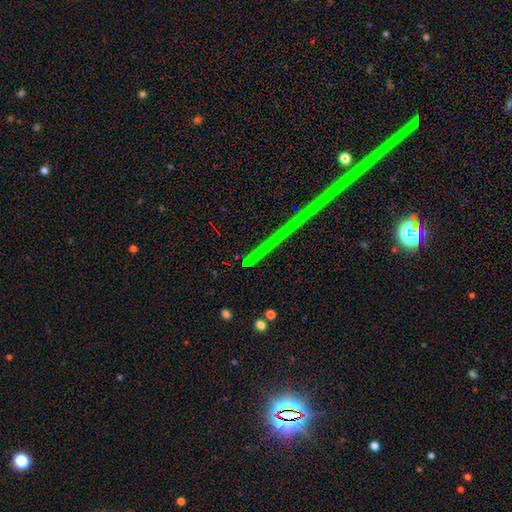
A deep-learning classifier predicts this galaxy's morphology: This is likely a star or artifact rather than a galaxy (77%).